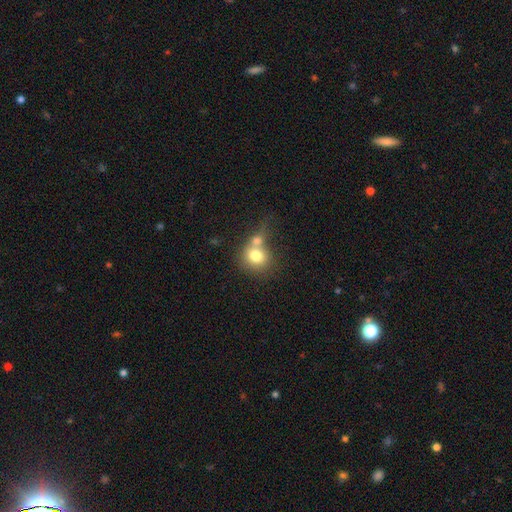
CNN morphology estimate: Smooth or featured: smooth — 76% (featured or disk — 15%)
How rounded: round — 76% (in between — 23%)
Merging: merger — 53% (none — 32%)